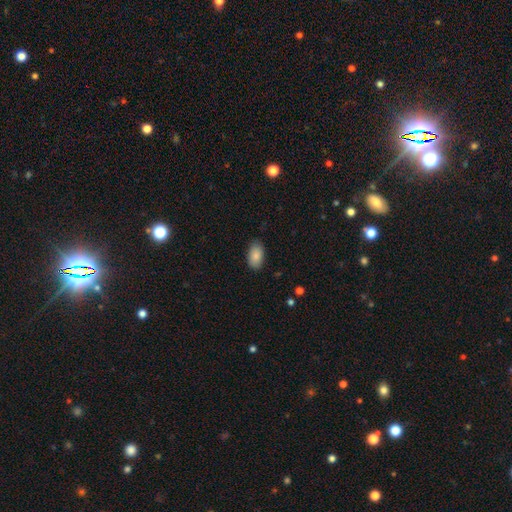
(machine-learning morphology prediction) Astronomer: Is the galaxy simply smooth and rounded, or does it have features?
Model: smooth — 88%.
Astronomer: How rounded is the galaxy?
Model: in between — 94%.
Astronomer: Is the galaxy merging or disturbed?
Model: none — 84%.